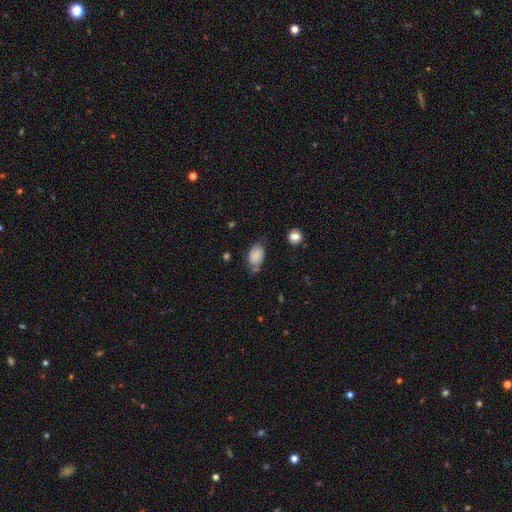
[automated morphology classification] smooth-or-featured: smooth: 83% | featured or disk: 9% | star or artifact: 8%
  how-rounded: in between: 84% | round: 15% | cigar-shaped: 1%
  merging: none: 57% | minor disturbance: 29% | major disturbance: 8% | merger: 7%